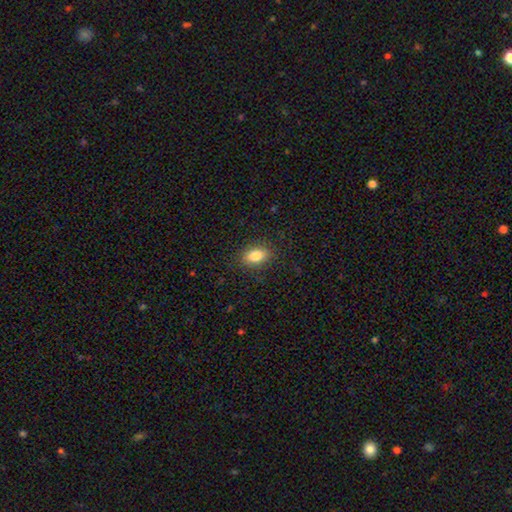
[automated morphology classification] A smooth galaxy with no disk features (84%) that is in between round and cigar-shaped (86%).

Vote fractions:
- Smooth or featured? smooth: 84% / star or artifact: 9% / featured or disk: 8%
- How rounded? in between: 86% / round: 12% / cigar-shaped: 2%
- Merging? none: 87% / minor disturbance: 9% / major disturbance: 3% / merger: 1%